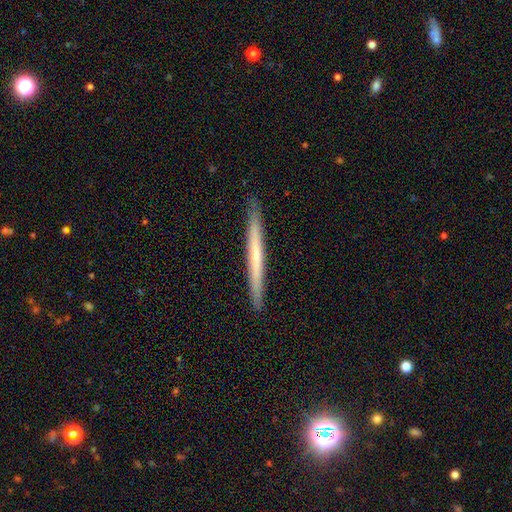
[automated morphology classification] This is possibly a featured or disk galaxy (49%). Merging: clearly none (91%).